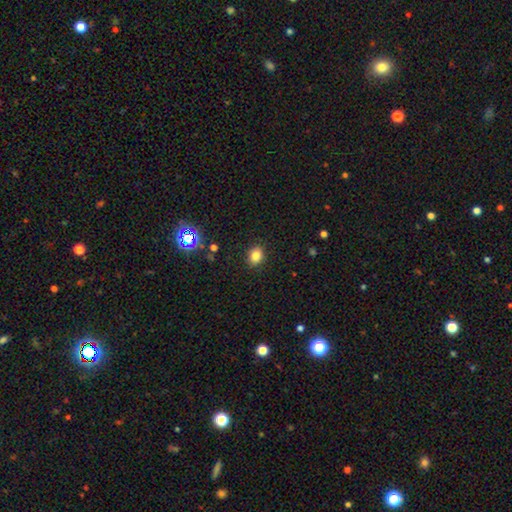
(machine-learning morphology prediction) Smooth or featured?
  - smooth: 80% *
  - star or artifact: 14%
  - featured or disk: 6%
How rounded?
  - in between: 52% *
  - round: 47%
  - cigar-shaped: 1%
Merging?
  - none: 88% *
  - minor disturbance: 8%
  - major disturbance: 2%
  - merger: 1%